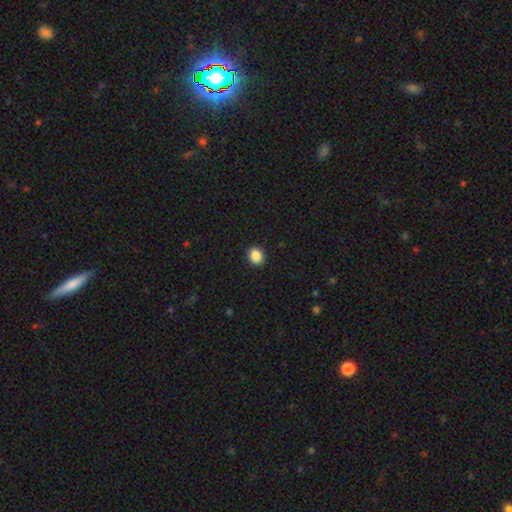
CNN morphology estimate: type=smooth (87%); roundness=round (67%); merging=none (91%).